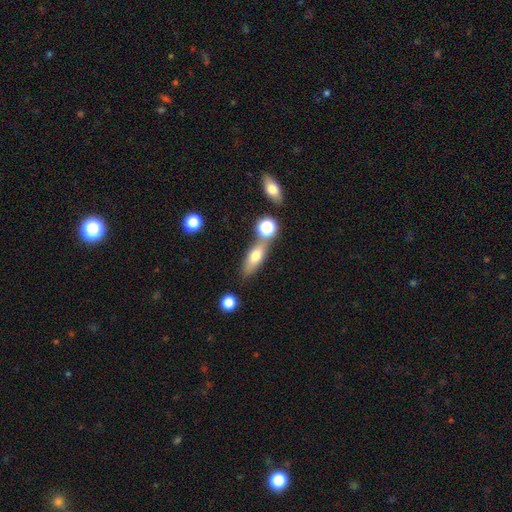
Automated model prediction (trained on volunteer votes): smooth_or_featured: smooth (p=0.68) [alt: featured or disk p=0.23]
how_rounded: in between (p=0.63) [alt: cigar-shaped p=0.31]
merging: none (p=0.59) [alt: merger p=0.23]